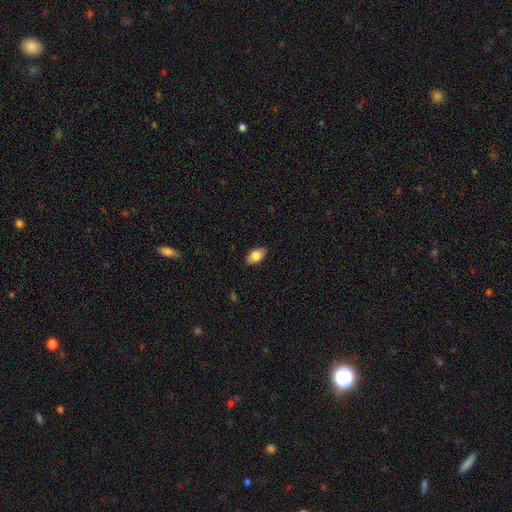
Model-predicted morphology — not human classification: Q: Smooth or featured?
A: smooth (84%); runner-up: featured or disk (9%)
Q: How rounded?
A: in between (92%); runner-up: round (6%)
Q: Merging?
A: none (87%); runner-up: minor disturbance (10%)